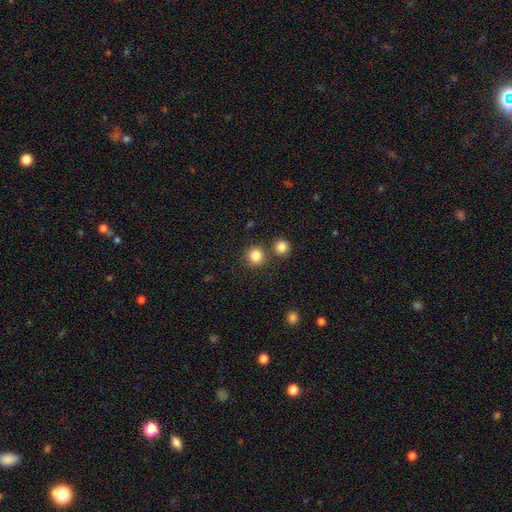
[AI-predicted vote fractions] smooth_or_featured: smooth (p=0.84) [alt: star or artifact p=0.11]
how_rounded: round (p=0.90) [alt: in between p=0.09]
merging: none (p=0.77) [alt: merger p=0.13]